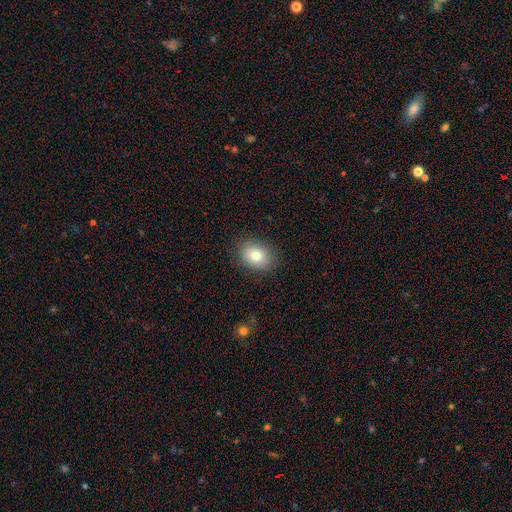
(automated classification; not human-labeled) Q: Smooth or featured?
A: smooth (79%); runner-up: featured or disk (11%)
Q: How rounded?
A: in between (63%); runner-up: round (36%)
Q: Merging?
A: none (87%); runner-up: minor disturbance (10%)